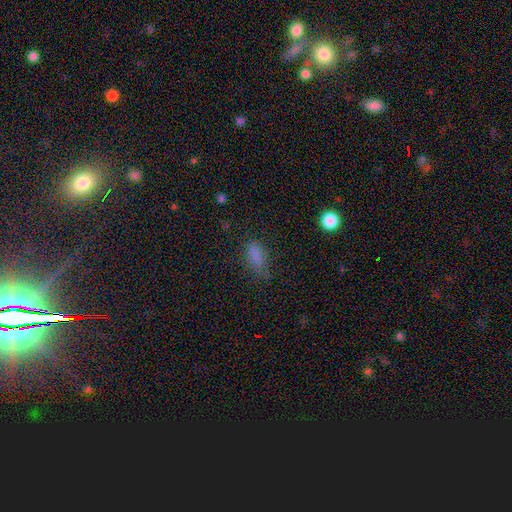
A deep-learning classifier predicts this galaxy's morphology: A smooth galaxy with no disk features (77%) that is in between round and cigar-shaped (80%).

Vote fractions:
- Smooth or featured? smooth: 77% / star or artifact: 15% / featured or disk: 8%
- How rounded? in between: 80% / cigar-shaped: 15% / round: 6%
- Merging? none: 53% / minor disturbance: 31% / major disturbance: 14% / merger: 2%